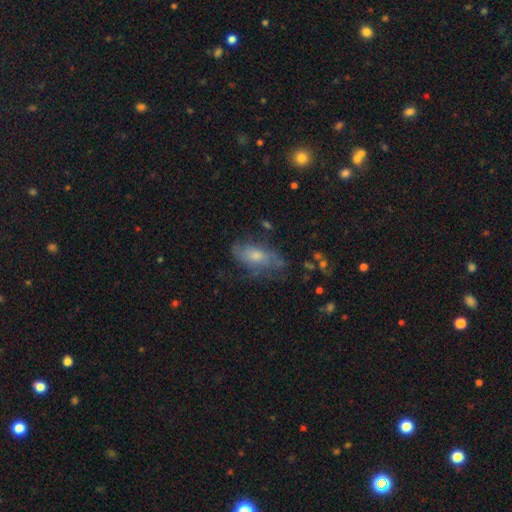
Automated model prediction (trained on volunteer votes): Q: Smooth or featured?
A: smooth (46%); runner-up: featured or disk (44%)
Q: Merging?
A: none (54%); runner-up: minor disturbance (27%)